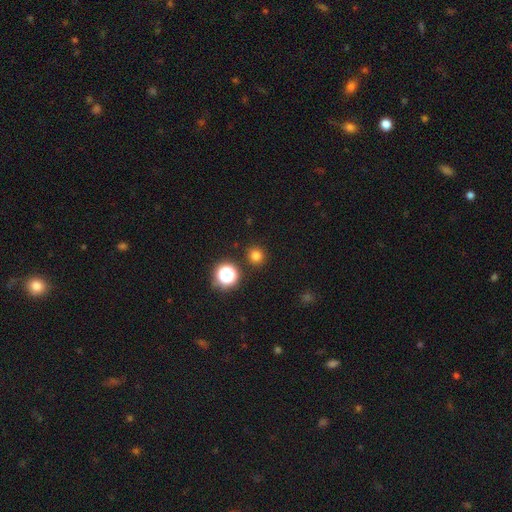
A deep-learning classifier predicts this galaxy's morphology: Smooth or featured? Predicted: smooth (p=0.76). How rounded? Predicted: round (p=0.94). Merging? Predicted: none (p=0.90).